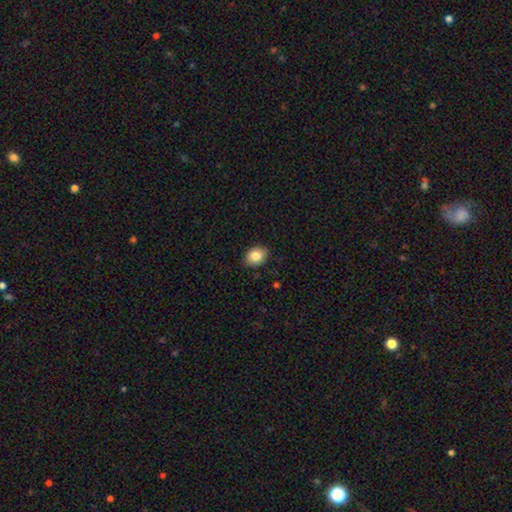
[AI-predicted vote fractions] This appears to be a smooth galaxy with no disk features (85%) that is in between round and cigar-shaped (72%). Merging: none (87%).